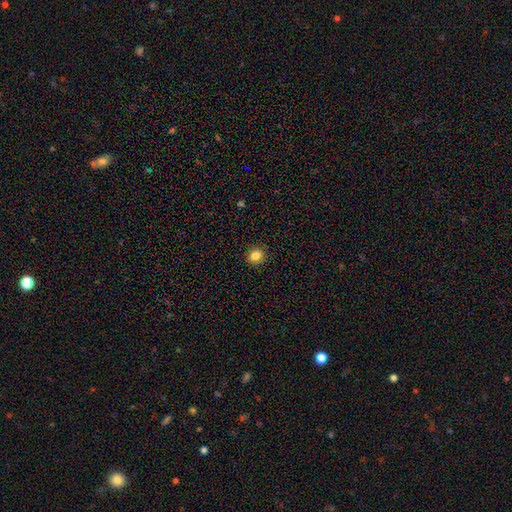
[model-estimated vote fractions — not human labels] Overall: smooth (84%). How rounded: round (80%). Merging: none (91%).